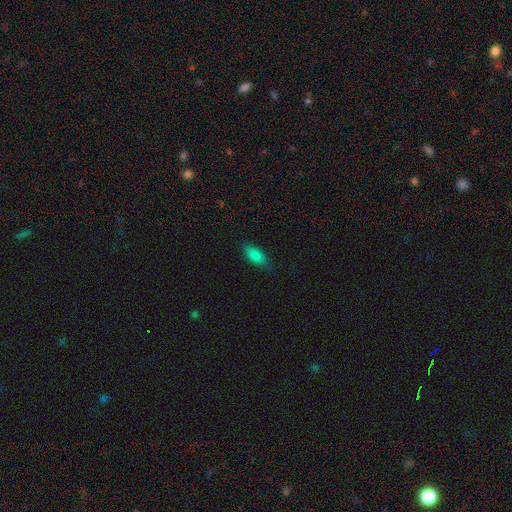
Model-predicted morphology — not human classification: The model was most divided on "merging": none: 80%, minor disturbance: 16%, major disturbance: 3%, merger: 1%. More confident: how rounded — in between (86%); smooth or featured — smooth (84%).